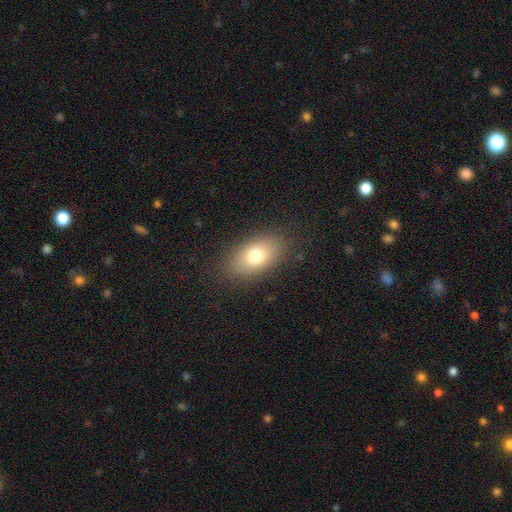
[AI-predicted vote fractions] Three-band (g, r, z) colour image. It shows a smooth galaxy with no disk features (76%) that is in between round and cigar-shaped (88%). Merging: none (85%).